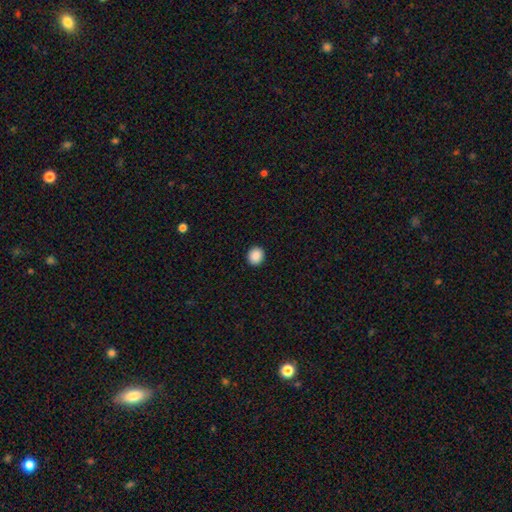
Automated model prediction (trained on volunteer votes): Smooth or featured? Predicted: smooth (p=0.89). How rounded? Predicted: round (p=0.82). Merging? Predicted: none (p=0.93).